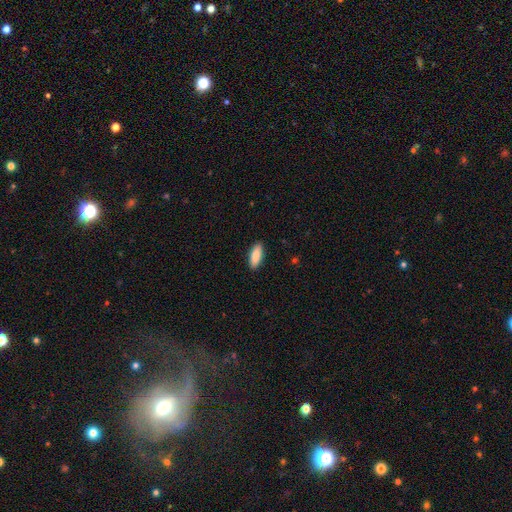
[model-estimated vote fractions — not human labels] Smooth or featured? Predicted: smooth (p=0.87). How rounded? Predicted: in between (p=0.71). Merging? Predicted: none (p=0.90).